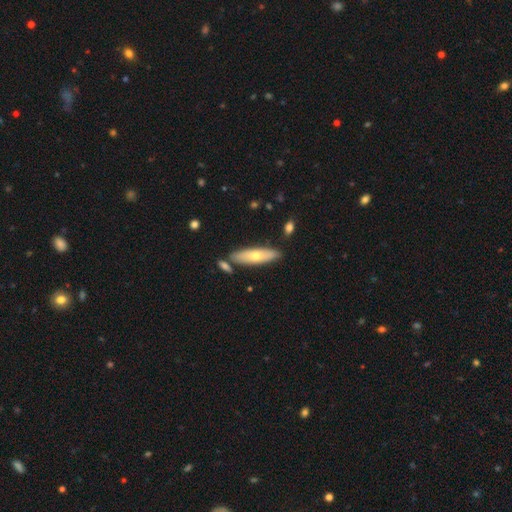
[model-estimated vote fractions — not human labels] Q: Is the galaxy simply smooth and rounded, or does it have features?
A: smooth — 59%.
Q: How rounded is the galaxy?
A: cigar-shaped — 56%.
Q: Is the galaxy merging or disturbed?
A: none — 79%.